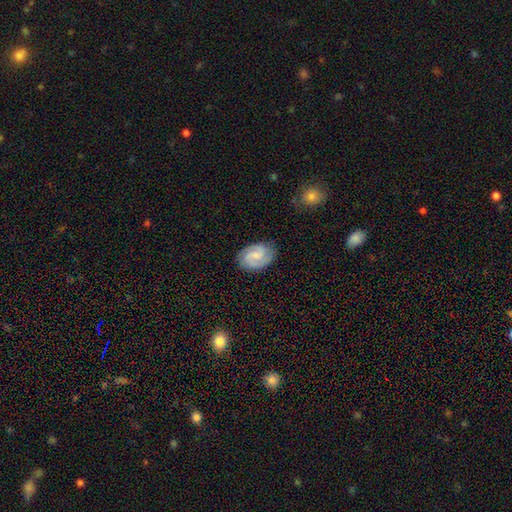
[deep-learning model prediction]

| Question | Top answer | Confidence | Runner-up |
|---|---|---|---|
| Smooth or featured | featured or disk | 73% | smooth (21%) |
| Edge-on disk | no | 98% | yes (2%) |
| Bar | weak | 48% | no (44%) |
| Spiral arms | yes | 96% | no (4%) |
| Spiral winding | medium | 47% | tight (39%) |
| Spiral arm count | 2 | 70% | 3 (14%) |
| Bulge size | small | 56% | moderate (24%) |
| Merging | none | 82% | minor disturbance (13%) |